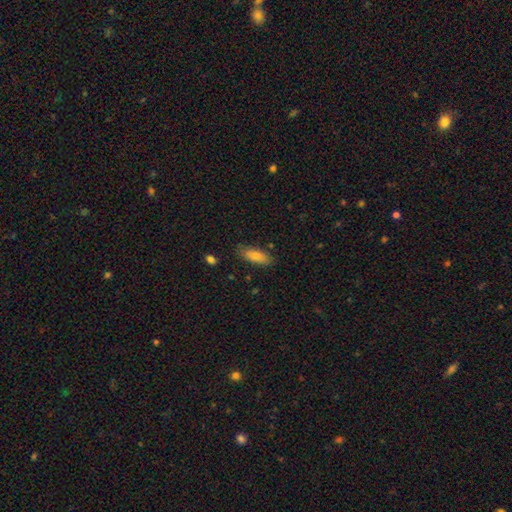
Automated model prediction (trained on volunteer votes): smooth 80%, featured or disk 13%, star or artifact 7%. Down the decision tree: how rounded — in between (76%); merging — none (79%).